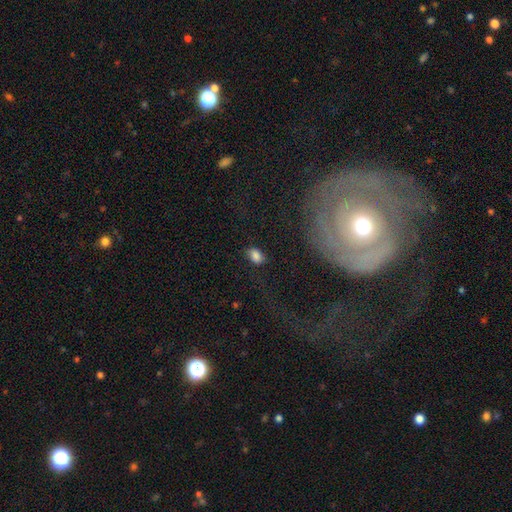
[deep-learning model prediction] Morphology: type=smooth (84%); roundness=in between (85%); merging=none (78%).